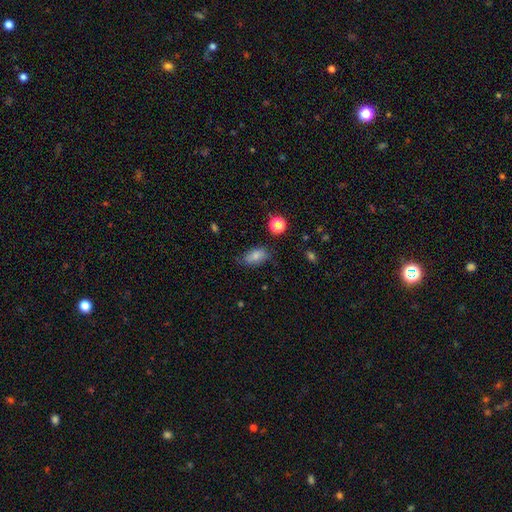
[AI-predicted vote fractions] Q: Smooth or featured?
A: smooth (81%); runner-up: featured or disk (10%)
Q: How rounded?
A: in between (89%); runner-up: round (7%)
Q: Merging?
A: none (71%); runner-up: minor disturbance (22%)